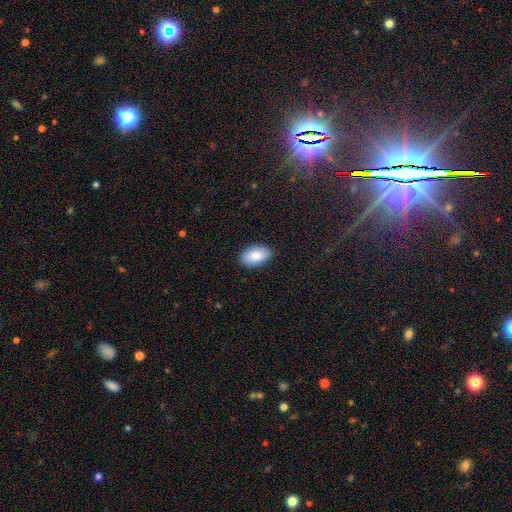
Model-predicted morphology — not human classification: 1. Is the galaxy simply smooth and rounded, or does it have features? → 82% smooth, 12% featured or disk, 6% star or artifact.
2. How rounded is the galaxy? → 93% in between, 6% round, 1% cigar-shaped.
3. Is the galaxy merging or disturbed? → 87% none, 10% minor disturbance, 2% major disturbance, 1% merger.